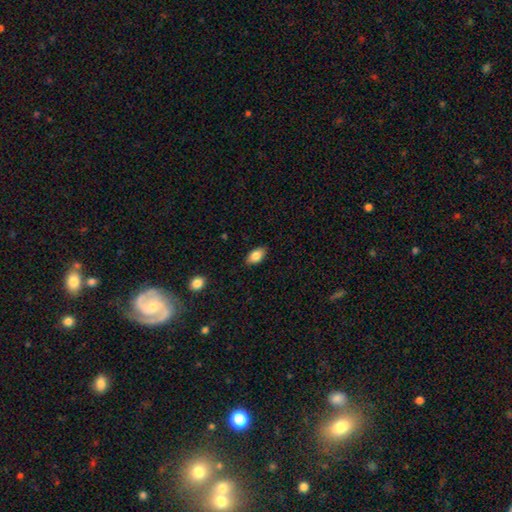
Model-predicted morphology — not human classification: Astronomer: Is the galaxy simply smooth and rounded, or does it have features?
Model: smooth — 84%.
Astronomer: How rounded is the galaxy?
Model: in between — 91%.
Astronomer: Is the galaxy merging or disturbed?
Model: none — 86%.